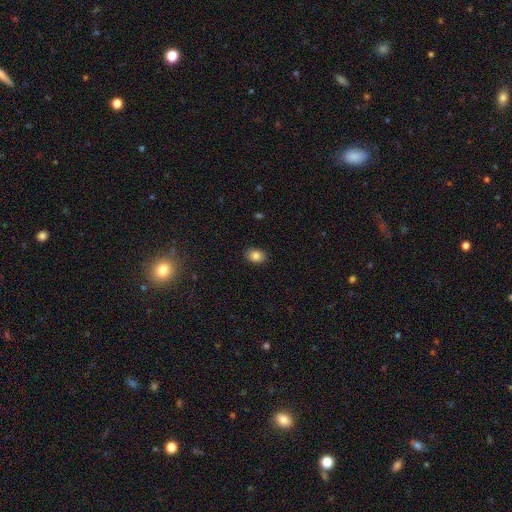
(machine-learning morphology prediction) Smooth or featured?
  - smooth: 85% *
  - star or artifact: 9%
  - featured or disk: 6%
How rounded?
  - in between: 73% *
  - round: 26%
  - cigar-shaped: 1%
Merging?
  - none: 88% *
  - minor disturbance: 9%
  - major disturbance: 2%
  - merger: 1%